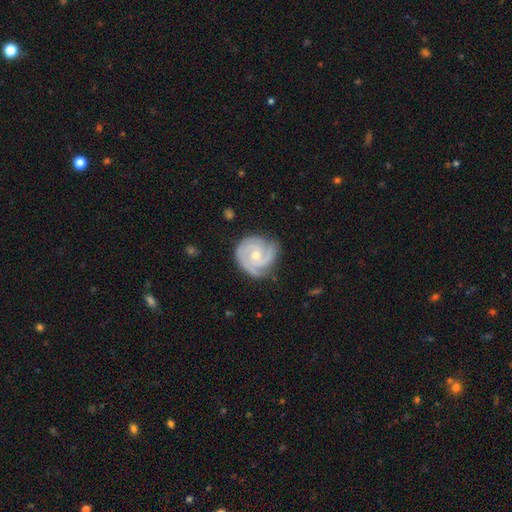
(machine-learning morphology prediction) type=featured or disk (89%); edge-on=no (98%); bar=no (68%); spiral arms=yes (98%); winding=tight (70%); arm count=3 (50%); bulge=small (50%); merging=none (74%).